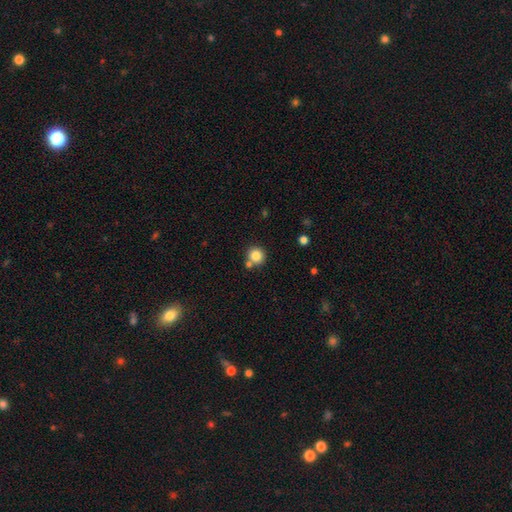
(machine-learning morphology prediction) Overall: smooth (83%). How rounded: round (93%). Merging: none (73%).